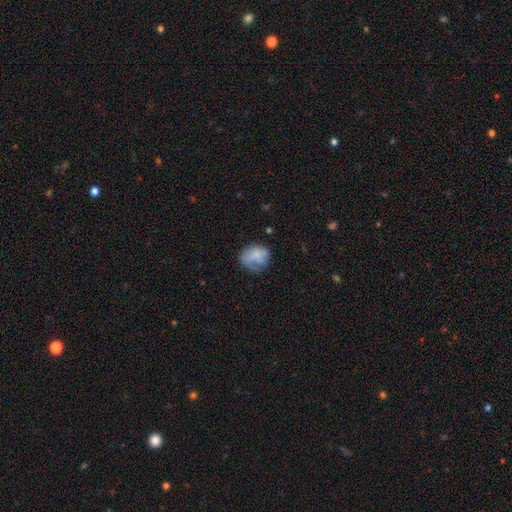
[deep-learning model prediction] smooth_or_featured: smooth (p=0.66) [alt: featured or disk p=0.25]
how_rounded: round (p=0.61) [alt: in between p=0.38]
merging: none (p=0.50) [alt: minor disturbance p=0.28]